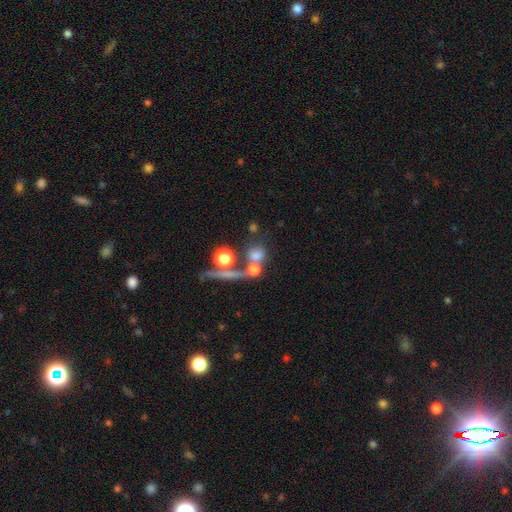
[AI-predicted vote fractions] A smooth galaxy with no disk features (66%) that is round (73%). Merging: none (44%).